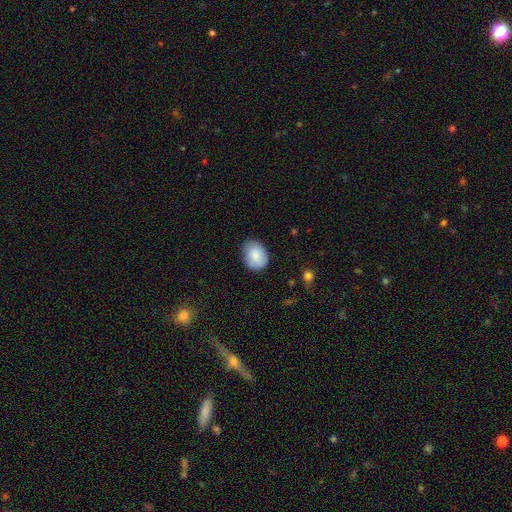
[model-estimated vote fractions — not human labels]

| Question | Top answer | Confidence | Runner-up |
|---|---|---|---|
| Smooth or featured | smooth | 84% | featured or disk (9%) |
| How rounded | in between | 64% | round (35%) |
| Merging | none | 72% | minor disturbance (23%) |